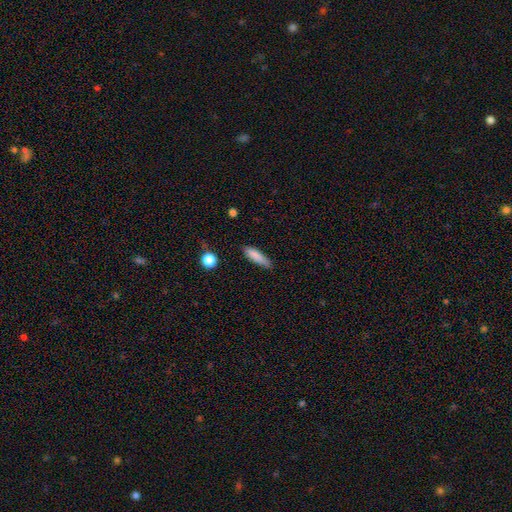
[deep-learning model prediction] A smooth galaxy with no disk features (83%) that is cigar-shaped (66%). Merging: none (75%).